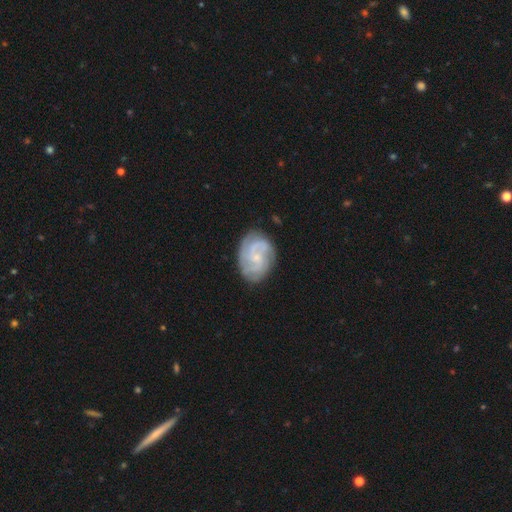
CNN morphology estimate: A featured or disk galaxy (81%) with no bar (62%), 3 (34%) tight (50%) spiral arms (96%) and a small central bulge (71%).

Vote fractions:
- Smooth or featured? featured or disk: 81% / smooth: 13% / star or artifact: 6%
- Edge-on disk? no: 98% / yes: 2%
- Bar? no: 62% / weak: 33% / strong: 5%
- Spiral arms? yes: 96% / no: 4%
- Spiral winding? tight: 50% / medium: 40% / loose: 10%
- Spiral arm count? 3: 34% / 2: 26% / can't tell: 20% / 4: 10% / 1: 5% / more than 4: 5%
- Bulge size? small: 71% / moderate: 21% / none: 6% / large: 1% / dominant: 1%
- Merging? none: 79% / minor disturbance: 15% / major disturbance: 5% / merger: 1%